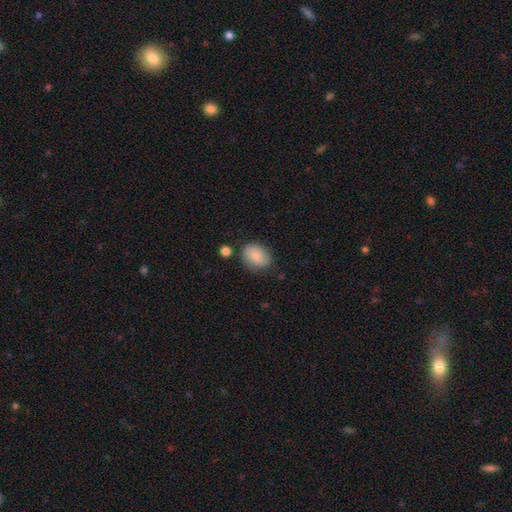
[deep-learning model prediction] A smooth galaxy with no disk features (80%) that is in between round and cigar-shaped (61%). Merging: none (75%).